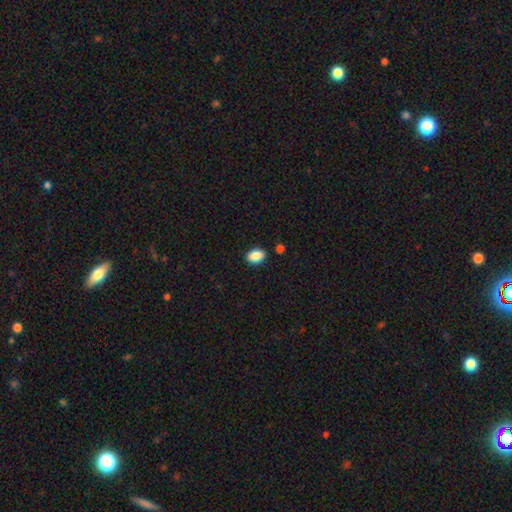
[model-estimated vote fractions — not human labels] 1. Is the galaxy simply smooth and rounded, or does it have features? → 88% smooth, 8% star or artifact, 4% featured or disk.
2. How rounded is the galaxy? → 83% in between, 15% round, 1% cigar-shaped.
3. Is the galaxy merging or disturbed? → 86% none, 9% minor disturbance, 3% merger, 2% major disturbance.